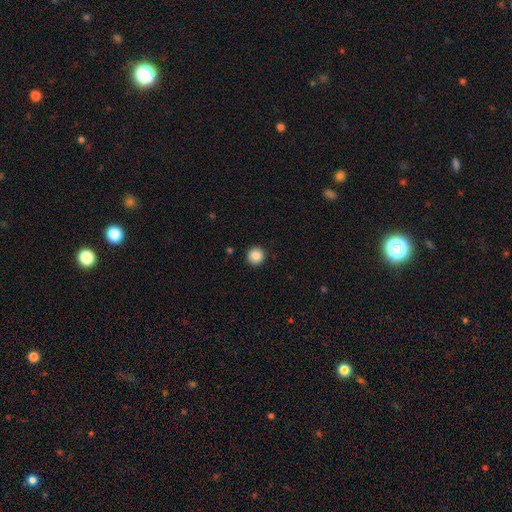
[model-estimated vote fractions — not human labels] smooth 87%, star or artifact 9%, featured or disk 4%. Down the decision tree: how rounded — round (95%); merging — none (92%).